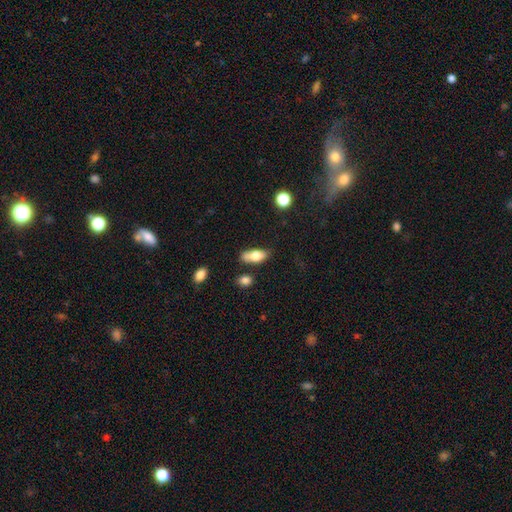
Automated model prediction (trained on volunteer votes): Q: Smooth or featured?
A: smooth (75%); runner-up: featured or disk (18%)
Q: How rounded?
A: in between (81%); runner-up: cigar-shaped (15%)
Q: Merging?
A: none (60%); runner-up: minor disturbance (22%)